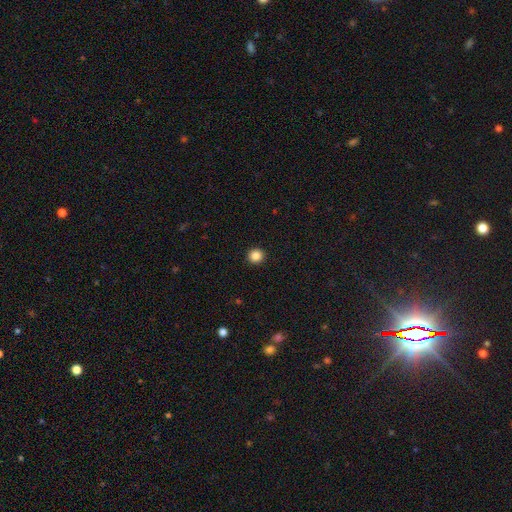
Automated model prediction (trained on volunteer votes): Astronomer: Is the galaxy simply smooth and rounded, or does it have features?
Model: smooth — 86%.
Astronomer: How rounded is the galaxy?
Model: round — 92%.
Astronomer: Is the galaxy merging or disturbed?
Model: none — 93%.